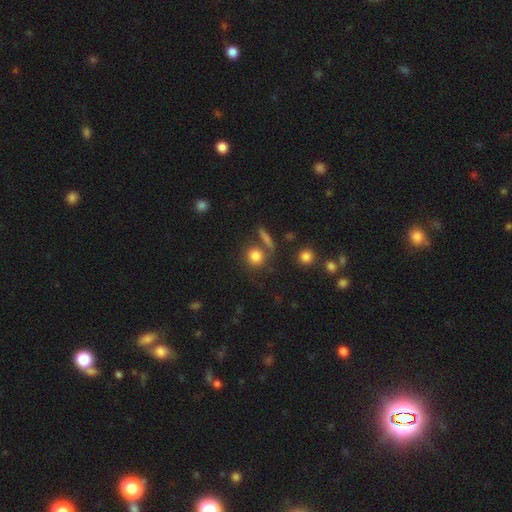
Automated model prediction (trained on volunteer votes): A smooth galaxy with no disk features (81%) that is round (83%).

Vote fractions:
- Smooth or featured? smooth: 81% / star or artifact: 11% / featured or disk: 8%
- How rounded? round: 83% / in between: 14% / cigar-shaped: 3%
- Merging? none: 68% / merger: 17% / minor disturbance: 11% / major disturbance: 5%